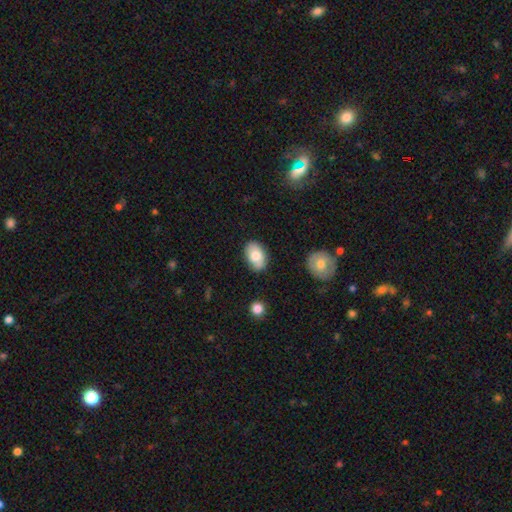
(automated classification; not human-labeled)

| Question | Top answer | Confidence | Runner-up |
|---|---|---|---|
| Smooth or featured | smooth | 79% | featured or disk (14%) |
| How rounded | in between | 91% | round (7%) |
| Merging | none | 78% | minor disturbance (17%) |